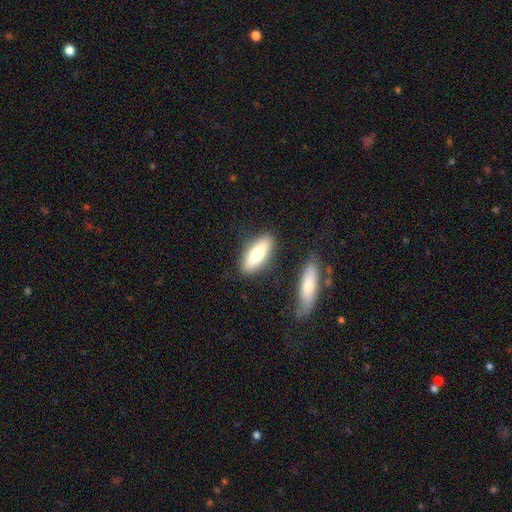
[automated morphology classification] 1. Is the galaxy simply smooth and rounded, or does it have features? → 66% smooth, 28% featured or disk, 6% star or artifact.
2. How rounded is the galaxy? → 61% in between, 37% cigar-shaped, 2% round.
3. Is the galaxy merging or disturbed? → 81% none, 10% minor disturbance, 5% merger, 3% major disturbance.